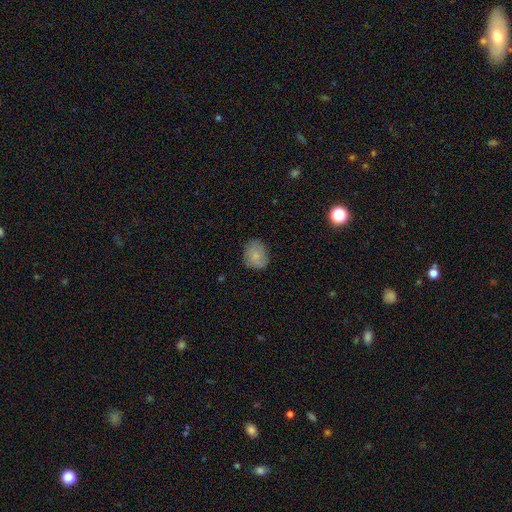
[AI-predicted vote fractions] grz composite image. It shows a smooth galaxy with no disk features (81%) that is round (53%). Merging: none (76%).